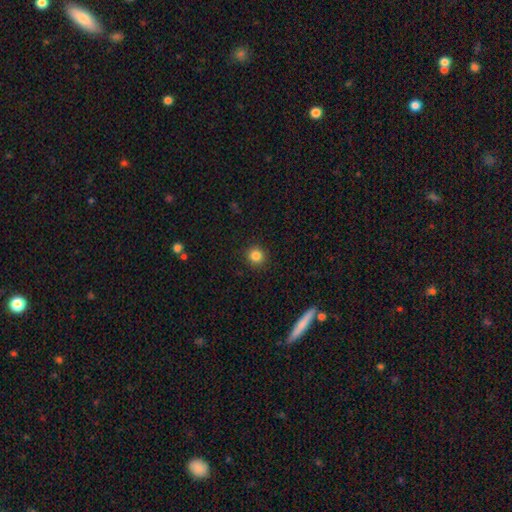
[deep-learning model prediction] smooth_or_featured: smooth (p=0.84) [alt: star or artifact p=0.11]
how_rounded: round (p=0.93) [alt: in between p=0.06]
merging: none (p=0.92) [alt: minor disturbance p=0.05]